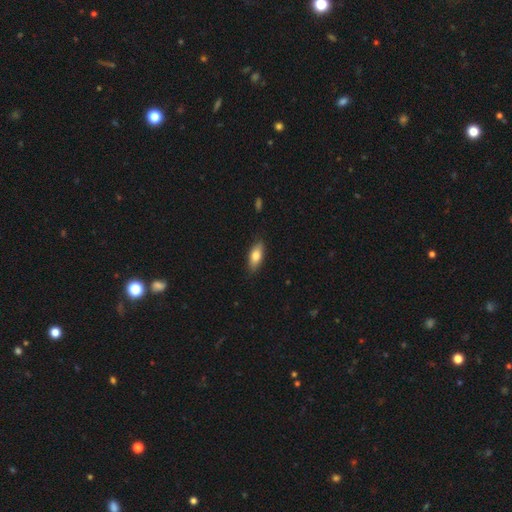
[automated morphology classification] This appears to be a smooth galaxy with no disk features (76%) that is in between round and cigar-shaped (77%). Merging: none (84%).